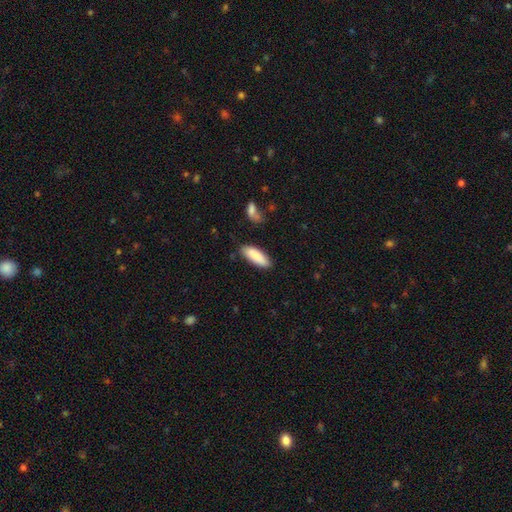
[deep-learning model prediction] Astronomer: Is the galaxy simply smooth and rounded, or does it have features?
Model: smooth — 87%.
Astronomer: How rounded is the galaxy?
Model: in between — 62%.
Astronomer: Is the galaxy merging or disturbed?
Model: none — 82%.